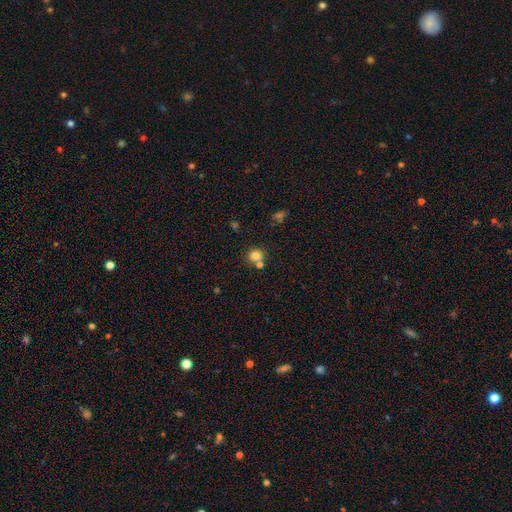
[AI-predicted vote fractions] Overall: smooth (78%). How rounded: round (86%). Merging: none (57%; merger 31%).